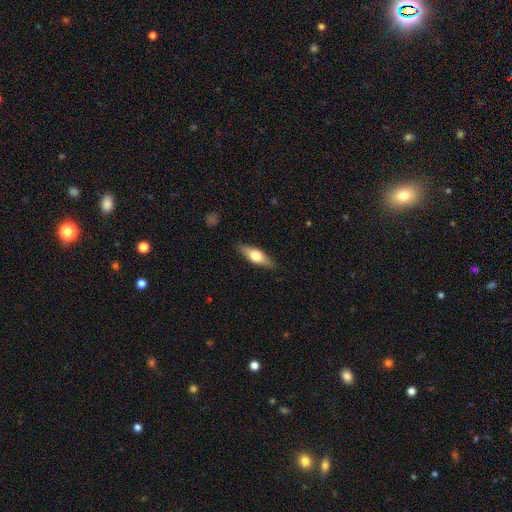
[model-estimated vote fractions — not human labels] A smooth galaxy with no disk features (54%) that is in between round and cigar-shaped (55%). Merging: none (87%).